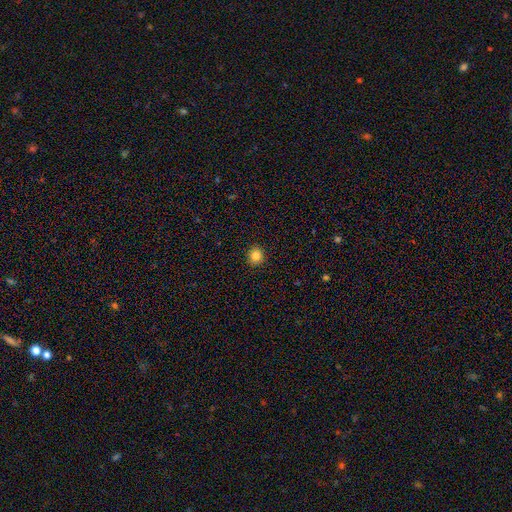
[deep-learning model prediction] Smooth or featured: smooth — 85% (star or artifact — 12%)
How rounded: round — 90% (in between — 9%)
Merging: none — 92% (minor disturbance — 5%)